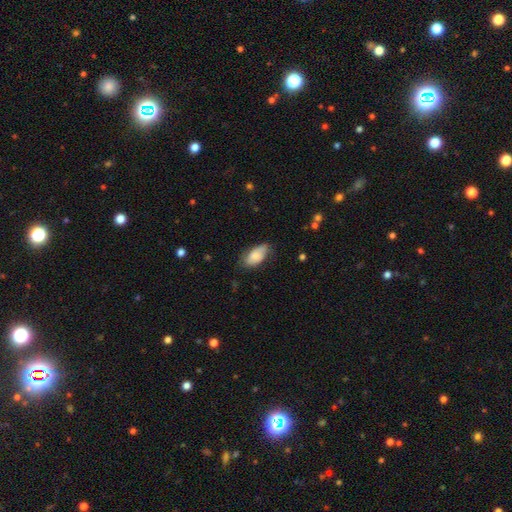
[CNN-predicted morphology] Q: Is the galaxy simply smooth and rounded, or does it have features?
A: smooth — 73%.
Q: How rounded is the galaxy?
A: in between — 93%.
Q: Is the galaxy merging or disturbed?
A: none — 61%.